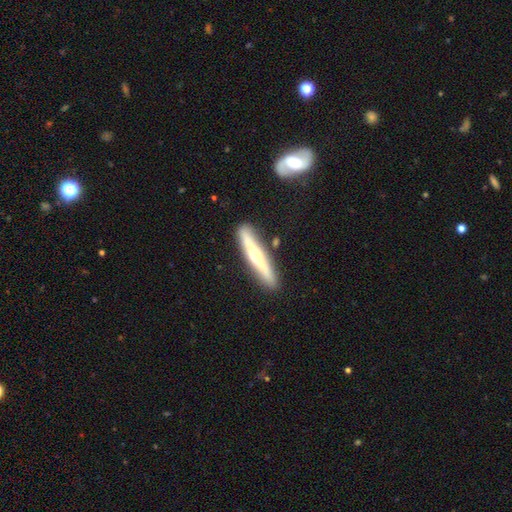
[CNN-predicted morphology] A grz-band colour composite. It shows a featured or disk galaxy (62%) viewed edge-on (93%) with a rounded central bulge (90%). Merging: none (86%).